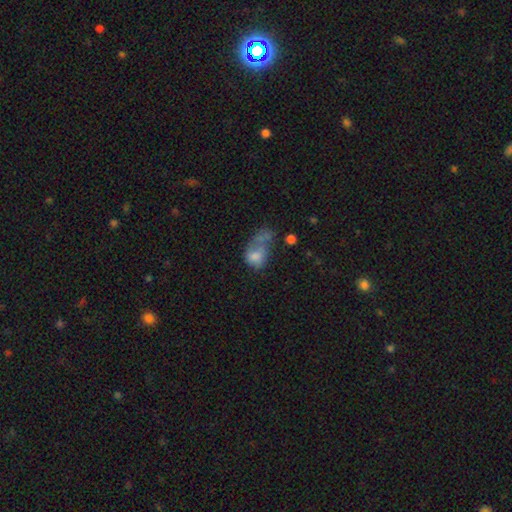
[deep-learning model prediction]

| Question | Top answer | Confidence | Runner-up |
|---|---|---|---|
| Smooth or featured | smooth | 61% | featured or disk (25%) |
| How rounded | in between | 66% | round (32%) |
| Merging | merger | 35% | major disturbance (34%) |